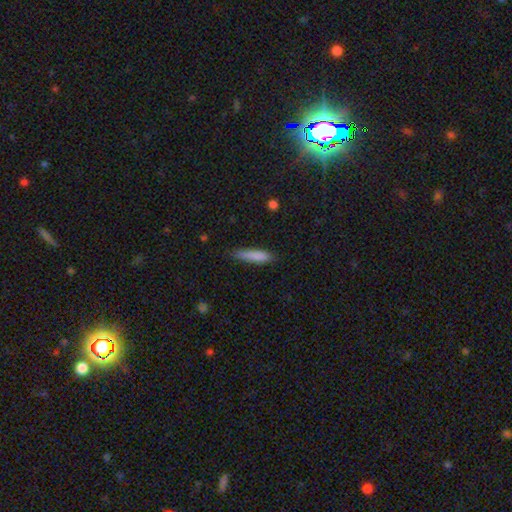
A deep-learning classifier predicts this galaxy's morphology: type=smooth (83%); roundness=cigar-shaped (80%); merging=none (75%).